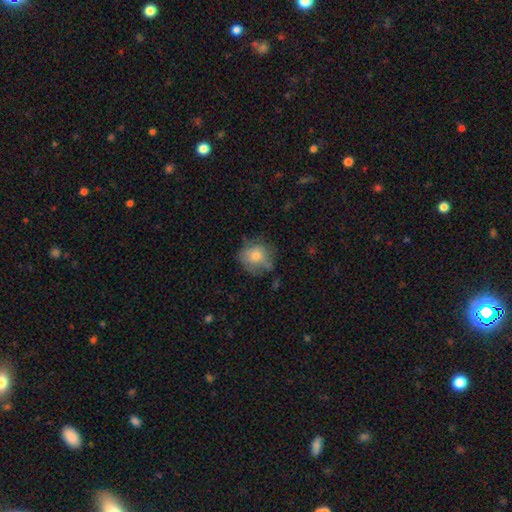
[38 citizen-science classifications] smooth 66%, featured or disk 26%, star or artifact 8%. Down the decision tree: how rounded — round (72%); merging — none (60%).